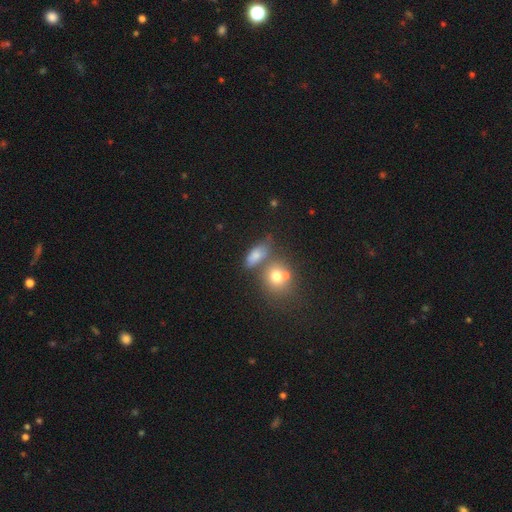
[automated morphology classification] Q: Smooth or featured?
A: smooth (71%); runner-up: featured or disk (16%)
Q: How rounded?
A: in between (73%); runner-up: round (16%)
Q: Merging?
A: none (48%); runner-up: merger (27%)